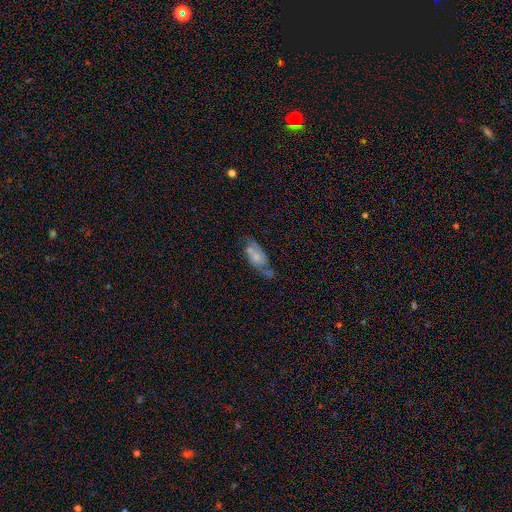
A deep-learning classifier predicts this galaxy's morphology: smooth_or_featured: featured or disk (p=0.58) [alt: smooth p=0.33]
disk_edge_on: no (p=0.91) [alt: yes p=0.09]
bar: no (p=0.60) [alt: weak p=0.32]
has_spiral_arms: yes (p=0.80) [alt: no p=0.20]
bulge_size: small (p=0.47) [alt: moderate p=0.29]
merging: none (p=0.46) [alt: minor disturbance p=0.28]